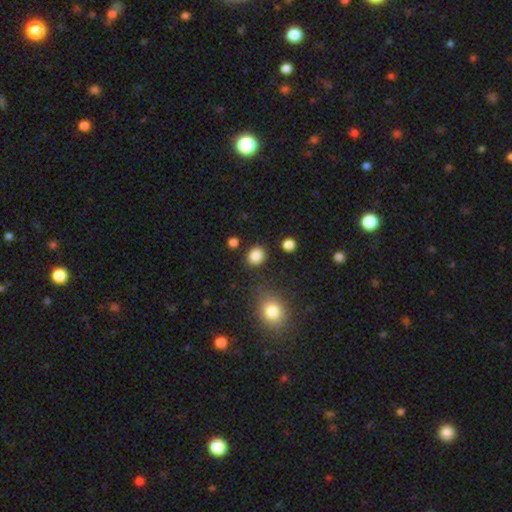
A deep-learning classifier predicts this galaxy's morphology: Smooth or featured: smooth — 86% (star or artifact — 11%)
How rounded: round — 70% (in between — 29%)
Merging: none — 85% (minor disturbance — 9%)